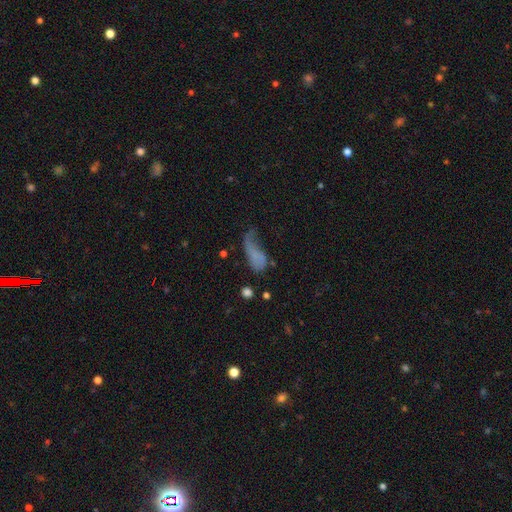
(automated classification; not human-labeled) Overall: smooth (52%; featured or disk 34%). How rounded: in between (77%). Merging: major disturbance (44%; minor disturbance 25%).